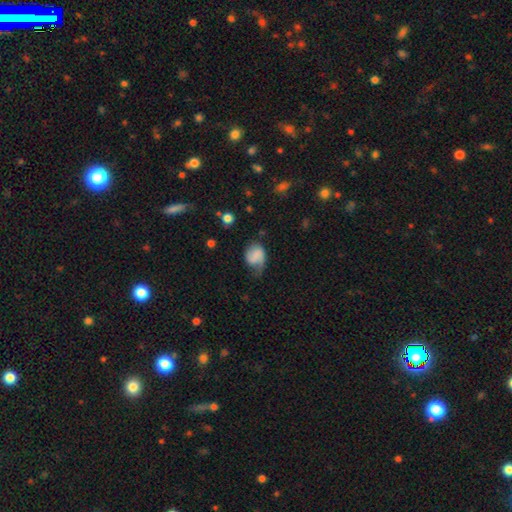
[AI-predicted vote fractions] Overall: smooth (59%; featured or disk 32%). How rounded: in between (62%; round 37%). Merging: minor disturbance (36%; none 32%).